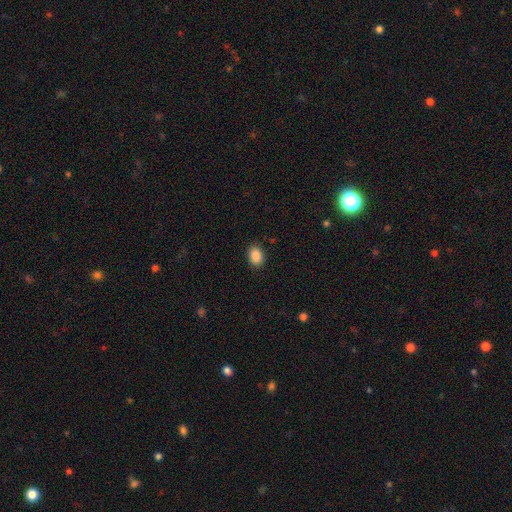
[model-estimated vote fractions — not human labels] Overall: smooth (89%). How rounded: in between (69%; round 30%). Merging: none (88%).